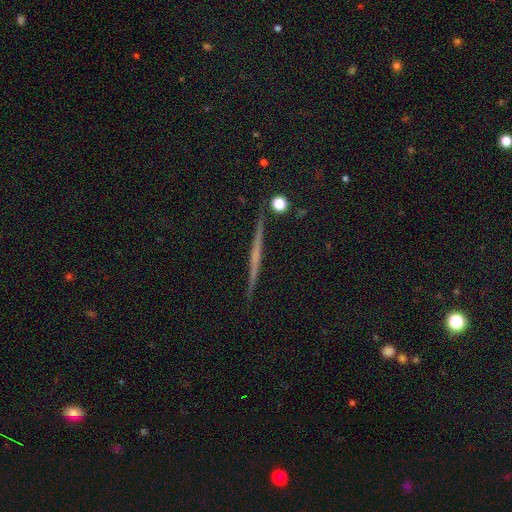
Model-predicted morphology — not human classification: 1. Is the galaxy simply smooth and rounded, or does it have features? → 66% featured or disk, 25% smooth, 9% star or artifact.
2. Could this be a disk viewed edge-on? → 98% yes, 2% no.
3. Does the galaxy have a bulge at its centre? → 77% none, 16% rounded, 7% boxy.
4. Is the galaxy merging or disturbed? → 92% none, 6% minor disturbance, 1% merger, 1% major disturbance.